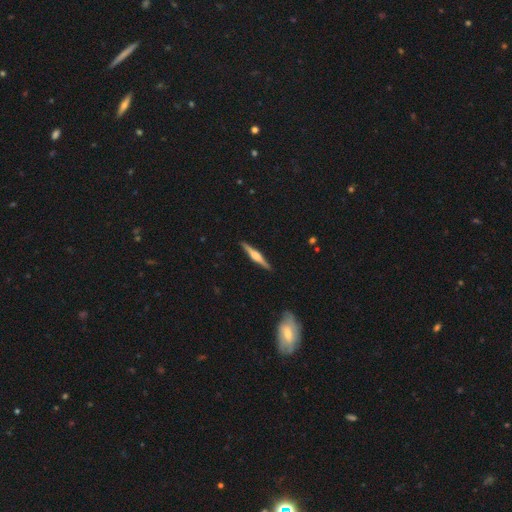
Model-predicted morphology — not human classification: This is likely a featured or disk galaxy (75%). It is clearly viewed edge-on (98%). Edge-on bulge: likely rounded (78%). Merging: clearly none (91%).